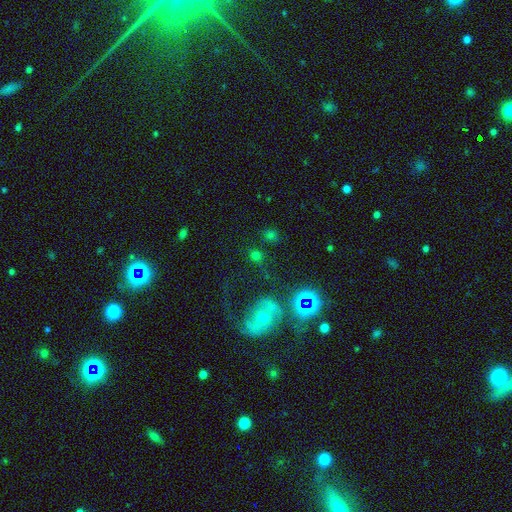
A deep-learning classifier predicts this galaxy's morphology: This is possibly a smooth galaxy (56%). How rounded: clearly round (82%). Merging: likely none (71%).